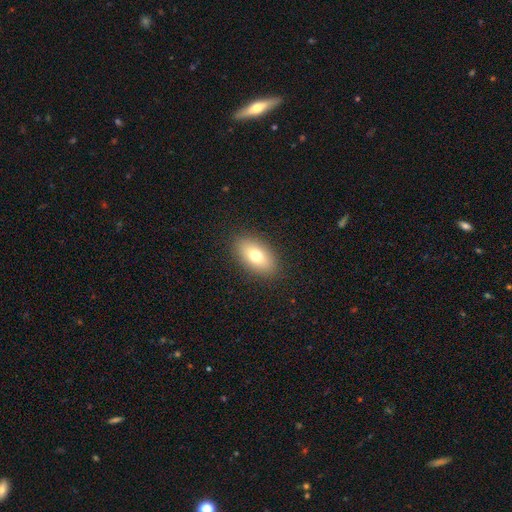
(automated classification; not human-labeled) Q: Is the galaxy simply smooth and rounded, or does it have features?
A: smooth — 74%.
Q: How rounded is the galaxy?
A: in between — 90%.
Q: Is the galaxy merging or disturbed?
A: none — 89%.